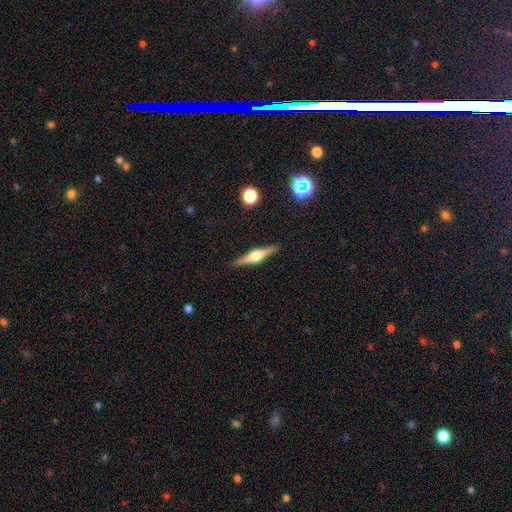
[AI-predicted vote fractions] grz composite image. It shows a featured or disk galaxy (75%) viewed edge-on (98%) with a rounded central bulge (94%). Merging: none (91%).